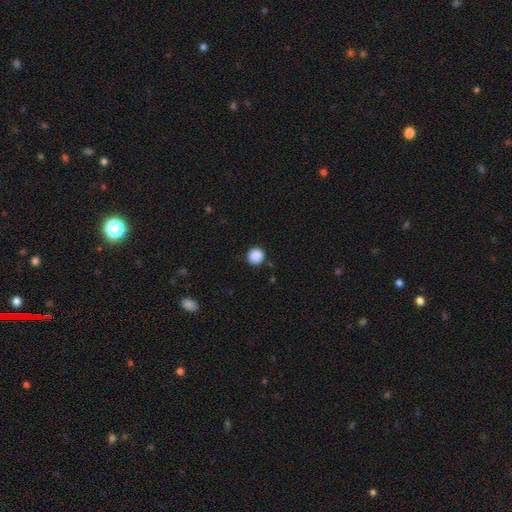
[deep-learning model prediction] The model was most divided on "smooth or featured": smooth: 89%, star or artifact: 9%, featured or disk: 2%. More confident: how rounded — round (93%); merging — none (90%).